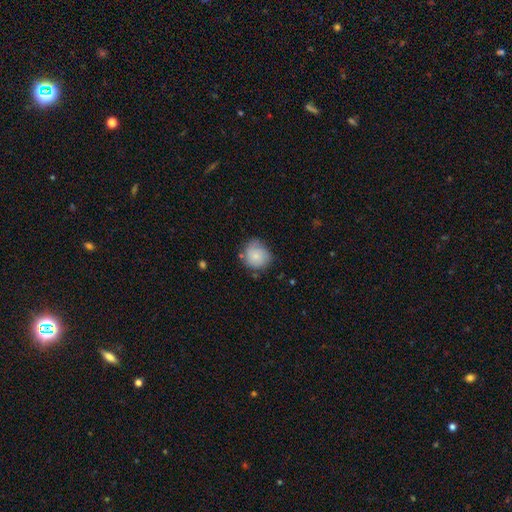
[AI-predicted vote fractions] A smooth galaxy with no disk features (76%) that is round (84%). Merging: none (63%).